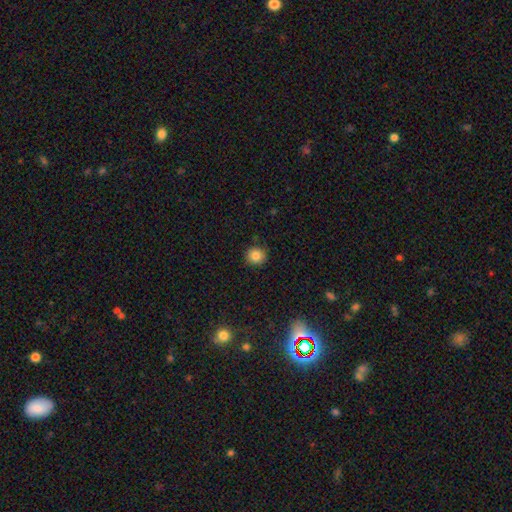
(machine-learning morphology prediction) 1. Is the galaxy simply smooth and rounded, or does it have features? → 84% smooth, 11% star or artifact, 5% featured or disk.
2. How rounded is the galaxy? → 91% round, 8% in between, 1% cigar-shaped.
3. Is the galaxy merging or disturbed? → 89% none, 8% minor disturbance, 2% major disturbance, 1% merger.